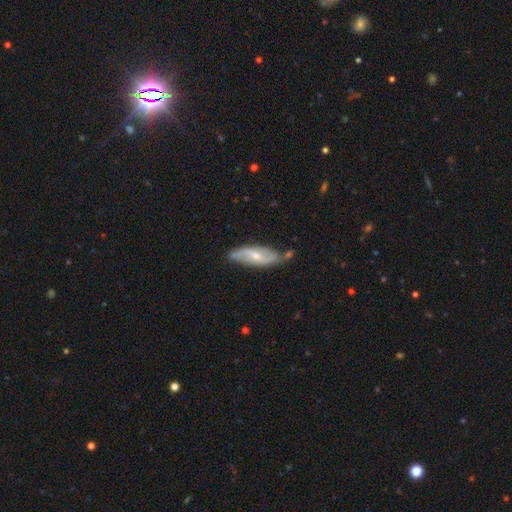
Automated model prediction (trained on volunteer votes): Morphology: type=featured or disk (66%); edge-on=no (83%); bar=no (43%); spiral arms=yes (86%); bulge=small (56%); merging=none (63%).